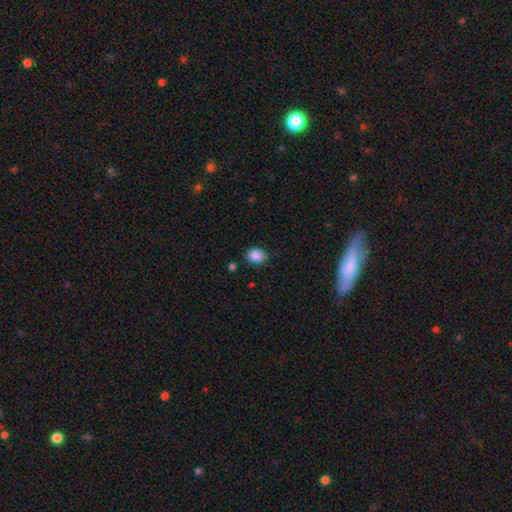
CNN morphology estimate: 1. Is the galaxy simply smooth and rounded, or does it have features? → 88% smooth, 9% star or artifact, 3% featured or disk.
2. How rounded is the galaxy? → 54% in between, 45% round, 1% cigar-shaped.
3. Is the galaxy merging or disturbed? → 83% none, 12% minor disturbance, 3% major disturbance, 2% merger.